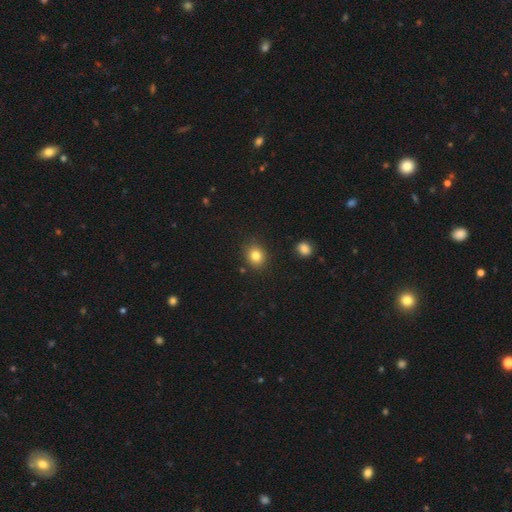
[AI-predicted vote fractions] smooth 82%, star or artifact 11%, featured or disk 7%. Down the decision tree: how rounded — round (66%); merging — none (86%).